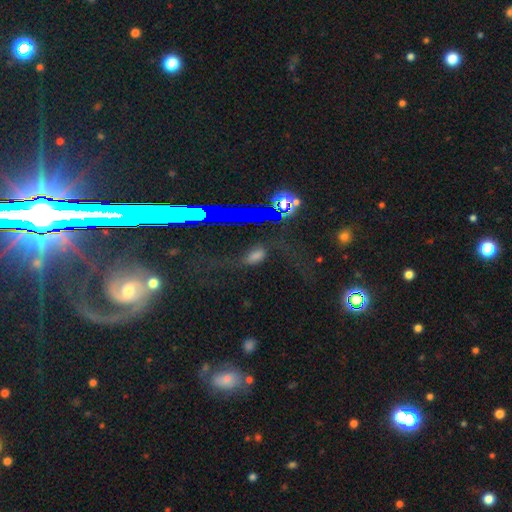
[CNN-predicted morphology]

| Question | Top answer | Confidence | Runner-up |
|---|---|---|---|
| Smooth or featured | smooth | 42% | star or artifact (37%) |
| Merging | none | 63% | minor disturbance (19%) |